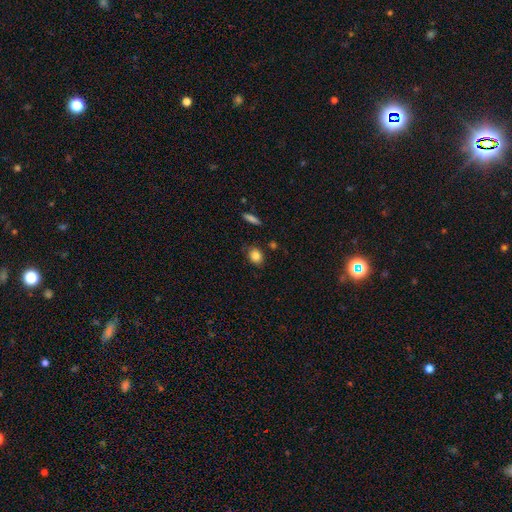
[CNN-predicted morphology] Smooth or featured? Predicted: smooth (p=0.84). How rounded? Predicted: in between (p=0.51). Merging? Predicted: none (p=0.81).